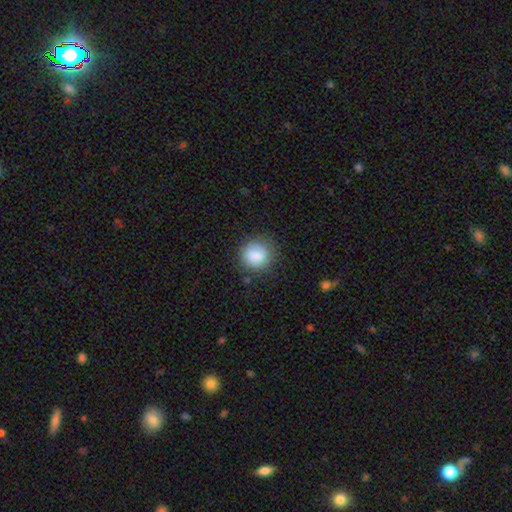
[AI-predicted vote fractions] The model was most divided on "merging": none: 77%, minor disturbance: 15%, major disturbance: 6%, merger: 2%. More confident: how rounded — round (85%); smooth or featured — smooth (79%).